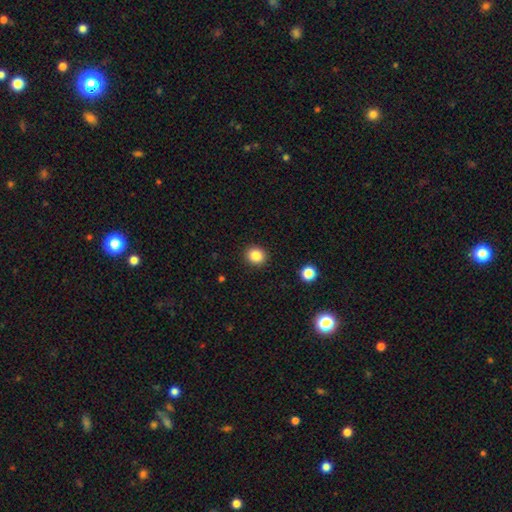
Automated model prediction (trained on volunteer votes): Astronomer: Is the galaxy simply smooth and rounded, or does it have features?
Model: smooth — 86%.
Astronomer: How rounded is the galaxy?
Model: round — 82%.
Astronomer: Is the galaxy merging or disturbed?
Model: none — 91%.